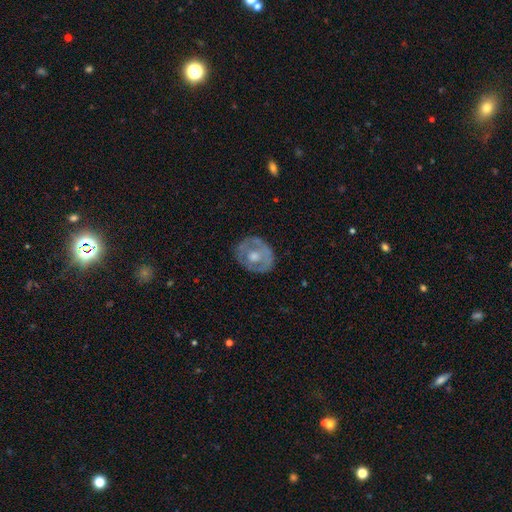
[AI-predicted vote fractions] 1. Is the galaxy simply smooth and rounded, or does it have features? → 53% featured or disk, 41% smooth, 6% star or artifact.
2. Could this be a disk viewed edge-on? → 95% no, 5% yes.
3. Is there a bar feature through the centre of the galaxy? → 84% no, 13% weak, 3% strong.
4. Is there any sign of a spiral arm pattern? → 77% no, 23% yes.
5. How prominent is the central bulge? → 65% moderate, 18% large, 12% small, 3% none, 1% dominant.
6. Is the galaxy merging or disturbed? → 76% none, 17% minor disturbance, 6% major disturbance, 1% merger.